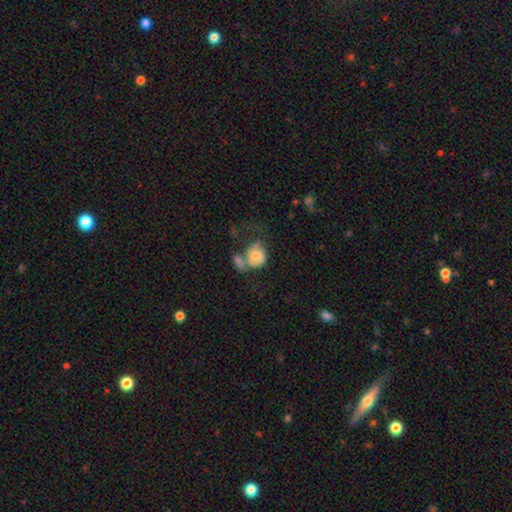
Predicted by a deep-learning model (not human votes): Morphology: type=smooth (69%); roundness=round (61%); merging=merger (46%).